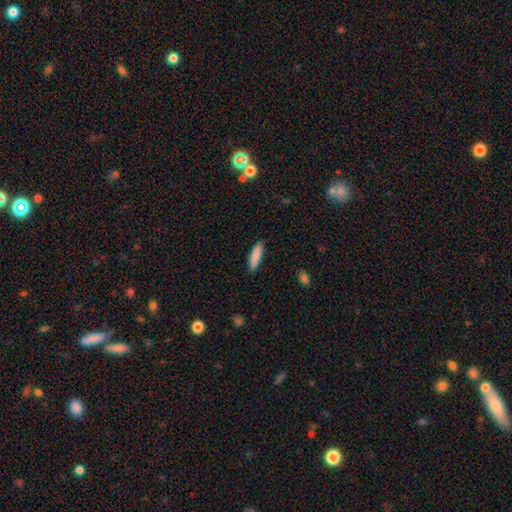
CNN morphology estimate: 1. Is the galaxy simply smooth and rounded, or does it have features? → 86% smooth, 8% featured or disk, 6% star or artifact.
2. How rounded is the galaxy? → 74% cigar-shaped, 25% in between, 1% round.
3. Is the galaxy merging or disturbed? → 88% none, 9% minor disturbance, 2% major disturbance, 1% merger.